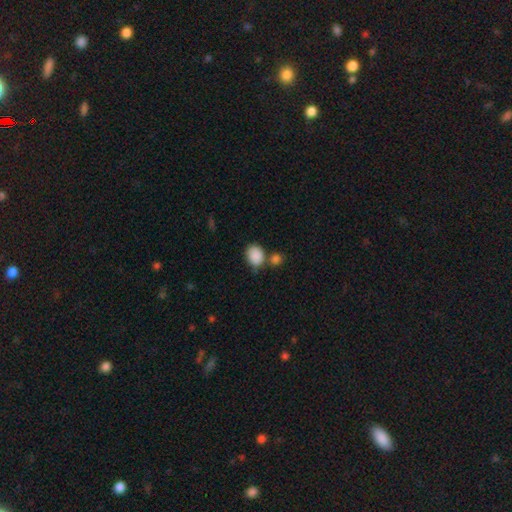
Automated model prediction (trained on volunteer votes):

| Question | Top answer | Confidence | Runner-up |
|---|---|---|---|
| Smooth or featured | smooth | 88% | star or artifact (8%) |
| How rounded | in between | 62% | round (37%) |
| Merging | none | 59% | merger (23%) |